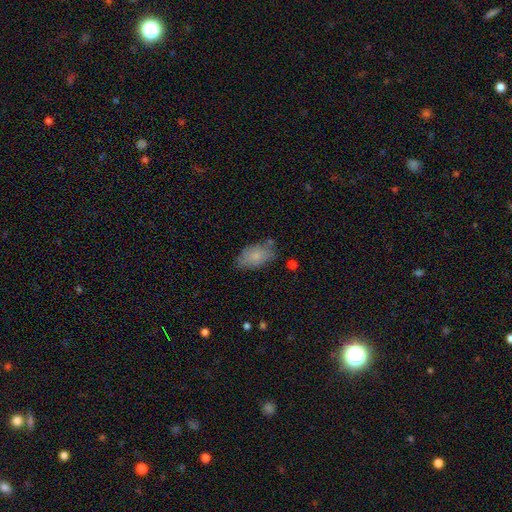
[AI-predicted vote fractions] smooth 77%, featured or disk 16%, star or artifact 7%. Down the decision tree: how rounded — in between (92%); merging — none (70%).